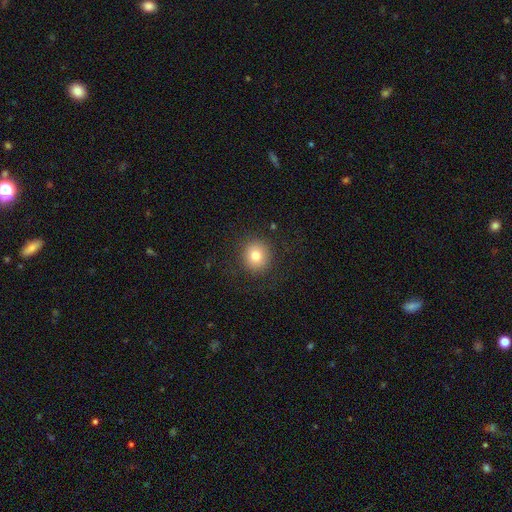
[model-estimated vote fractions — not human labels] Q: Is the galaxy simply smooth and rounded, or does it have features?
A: smooth — 80%.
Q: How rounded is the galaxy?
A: round — 89%.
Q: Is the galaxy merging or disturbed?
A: none — 88%.